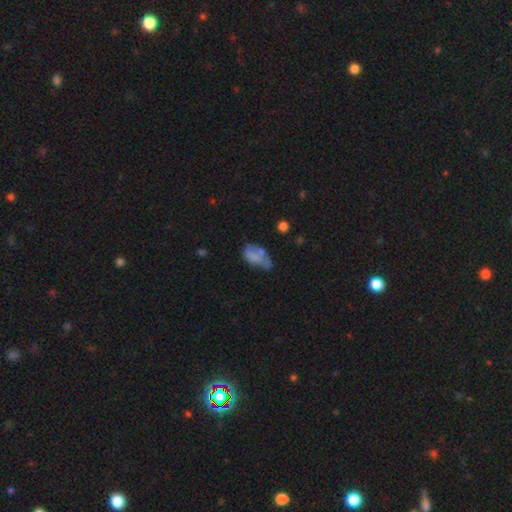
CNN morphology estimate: smooth_or_featured: smooth (p=0.60) [alt: featured or disk p=0.30]
how_rounded: in between (p=0.90) [alt: round p=0.06]
merging: minor disturbance (p=0.31) [alt: none p=0.29]